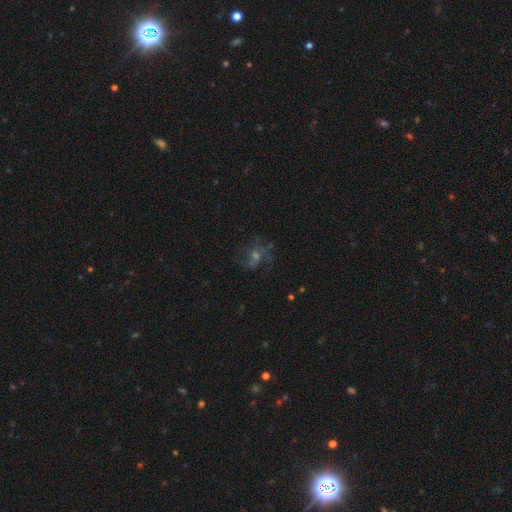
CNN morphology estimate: Overall: featured or disk (63%). Edge-on disk: no (97%). Bar: no (63%; weak 31%). Spiral arms: yes (87%). Spiral arm count: 2 (37%; can't tell 23%). Spiral winding: medium (46%; loose 40%). Bulge size: moderate (43%, tied with small). Merging: none (66%).